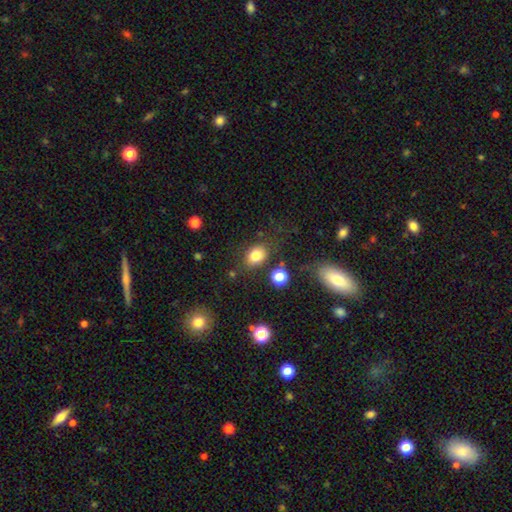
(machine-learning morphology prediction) type=smooth (80%); roundness=in between (60%); merging=none (76%).